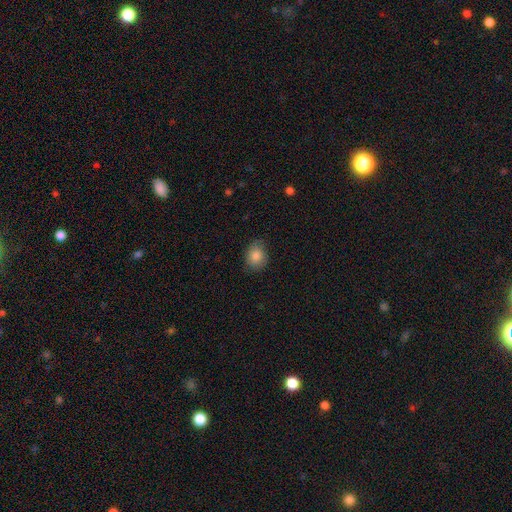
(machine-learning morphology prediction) type=smooth (84%); roundness=round (50%); merging=none (74%).